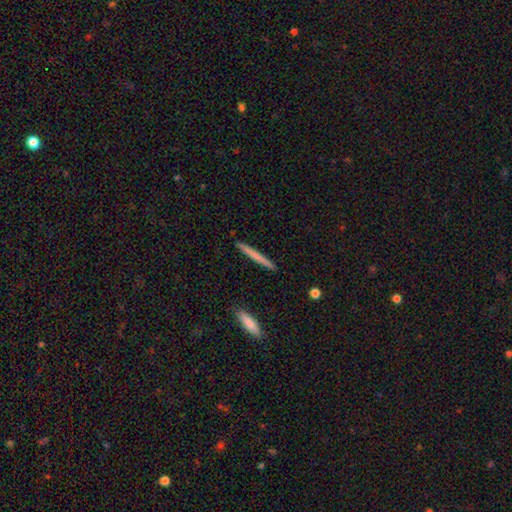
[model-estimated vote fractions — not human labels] smooth_or_featured: smooth (p=0.67) [alt: featured or disk p=0.28]
how_rounded: cigar-shaped (p=0.97) [alt: in between p=0.02]
merging: none (p=0.92) [alt: minor disturbance p=0.06]